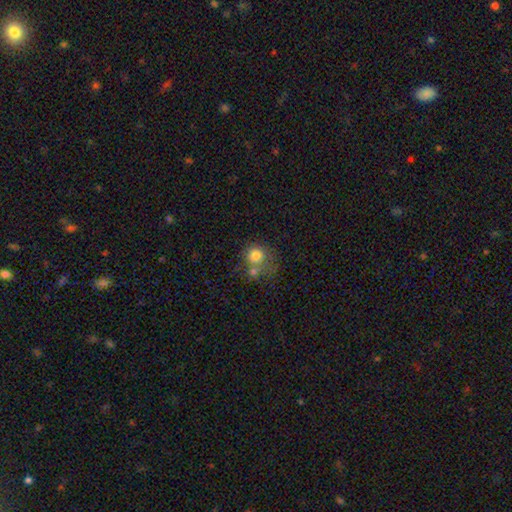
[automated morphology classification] This appears to be a smooth galaxy with no disk features (77%) that is round (86%). Merging: none (44%).